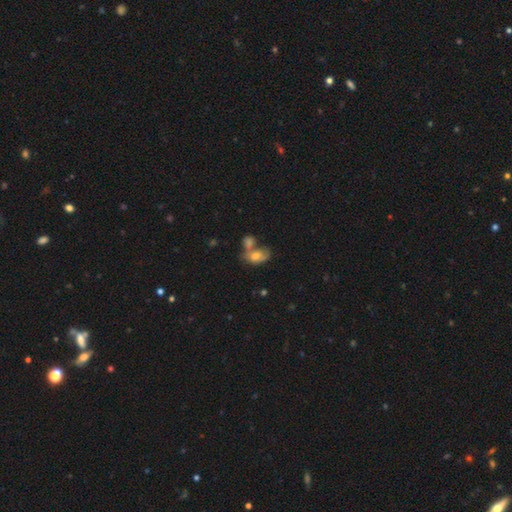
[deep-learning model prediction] smooth-or-featured: smooth: 63% | featured or disk: 26% | star or artifact: 11%
  how-rounded: in between: 84% | round: 14% | cigar-shaped: 2%
  merging: merger: 48% | none: 28% | minor disturbance: 15% | major disturbance: 9%